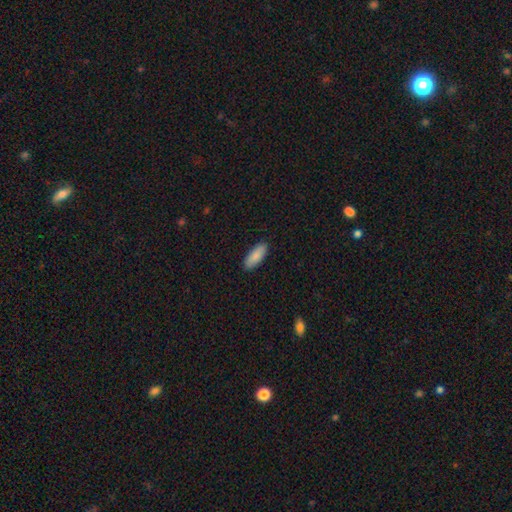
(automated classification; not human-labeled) The model was most divided on "how rounded": in between: 76%, cigar-shaped: 22%, round: 2%. More confident: merging — none (89%); smooth or featured — smooth (88%).